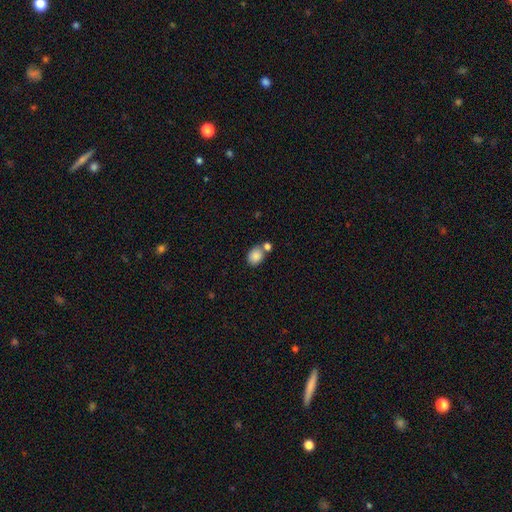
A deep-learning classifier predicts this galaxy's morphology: A smooth galaxy with no disk features (86%) that is round (50%). Merging: none (56%).